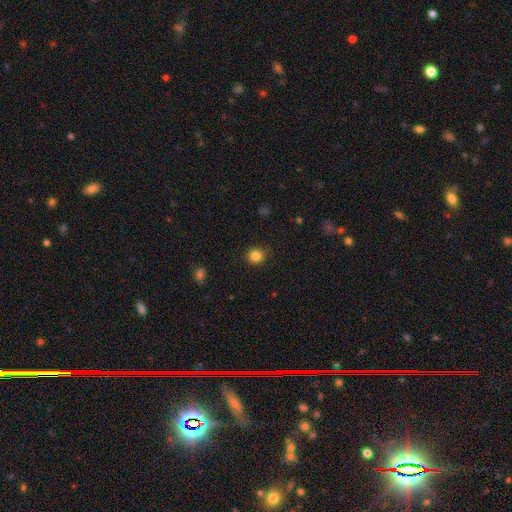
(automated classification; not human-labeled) The model was most divided on "smooth or featured": smooth: 84%, star or artifact: 12%, featured or disk: 5%. More confident: merging — none (87%); how rounded — round (86%).